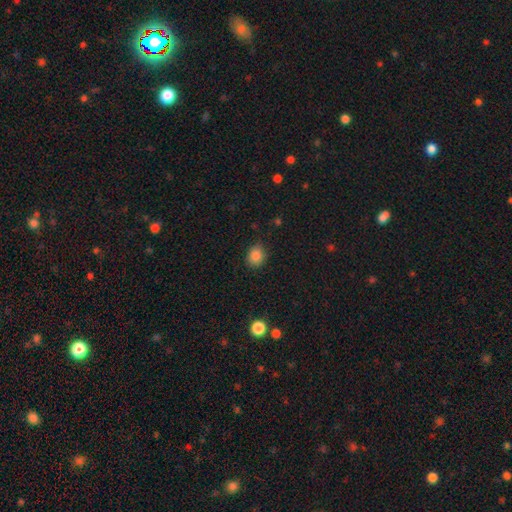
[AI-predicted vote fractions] This appears to be a smooth galaxy with no disk features (85%) that is round (56%). Merging: none (83%).